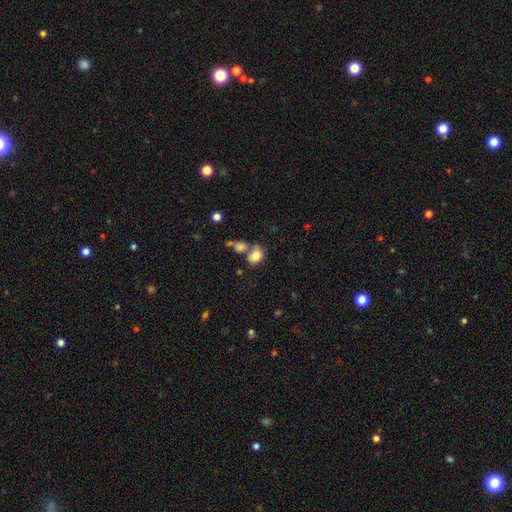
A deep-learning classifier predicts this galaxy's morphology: smooth_or_featured: smooth (p=0.81) [alt: star or artifact p=0.09]
how_rounded: in between (p=0.70) [alt: round p=0.28]
merging: none (p=0.43) [alt: merger p=0.37]